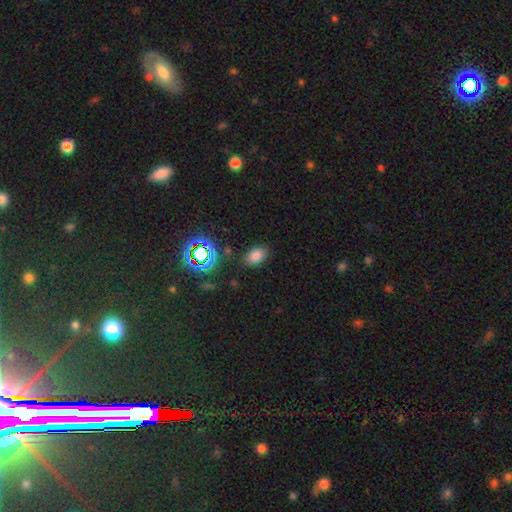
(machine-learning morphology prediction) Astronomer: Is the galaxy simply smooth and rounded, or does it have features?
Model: smooth — 73%.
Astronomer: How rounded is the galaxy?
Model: in between — 84%.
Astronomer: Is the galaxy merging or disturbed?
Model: none — 82%.